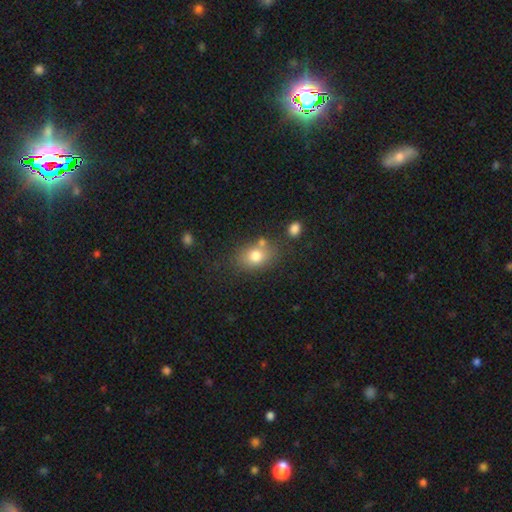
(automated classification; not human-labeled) Morphology: type=smooth (77%); roundness=in between (63%); merging=none (65%).